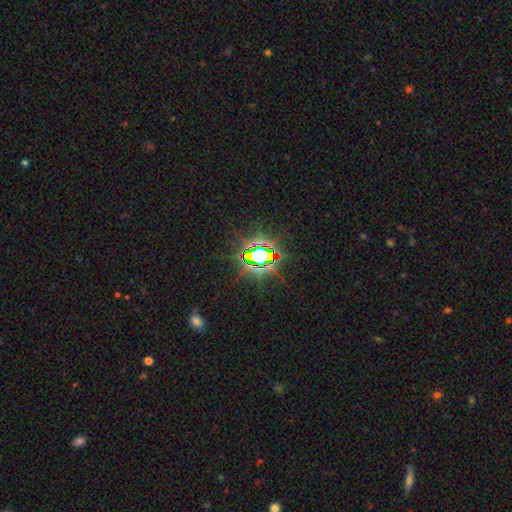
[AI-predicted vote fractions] star or artifact 82%, smooth 10%, featured or disk 9%.